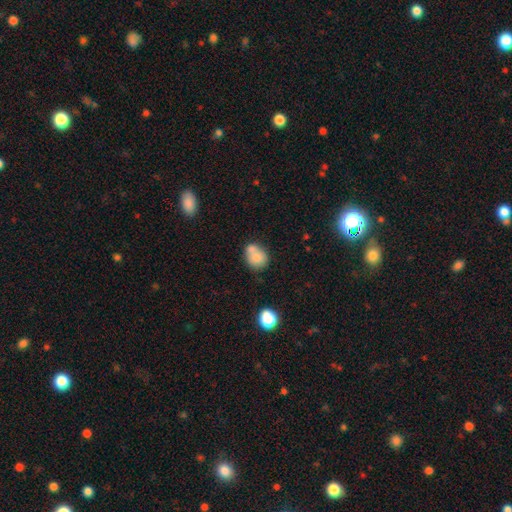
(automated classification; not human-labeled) Smooth or featured? smooth (76%)
How rounded? round (62%)
Merging? merger (43%)